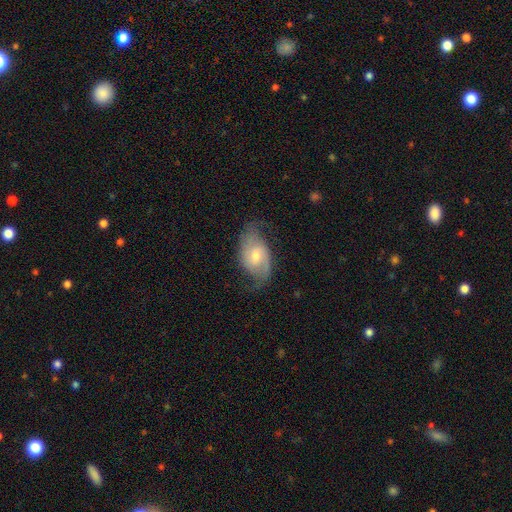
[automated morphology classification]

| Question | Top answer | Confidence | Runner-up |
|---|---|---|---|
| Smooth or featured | featured or disk | 72% | smooth (22%) |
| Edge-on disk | no | 96% | yes (4%) |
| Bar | no | 46% | weak (45%) |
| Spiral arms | yes | 92% | no (8%) |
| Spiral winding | medium | 44% | loose (39%) |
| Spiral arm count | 2 | 85% | can't tell (8%) |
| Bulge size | moderate | 57% | small (31%) |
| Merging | none | 65% | minor disturbance (22%) |